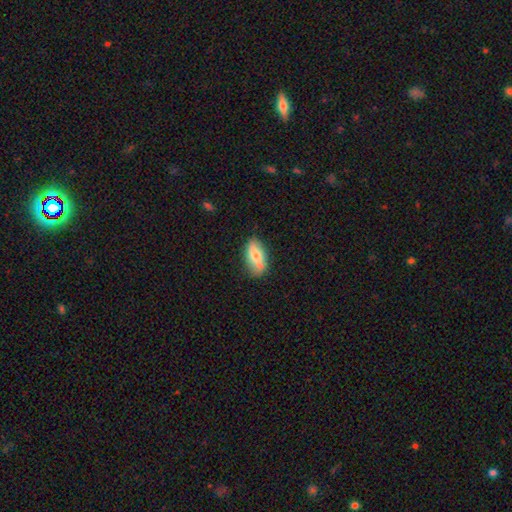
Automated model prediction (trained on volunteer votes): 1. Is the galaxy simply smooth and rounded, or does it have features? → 65% smooth, 28% featured or disk, 7% star or artifact.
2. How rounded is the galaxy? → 85% in between, 11% cigar-shaped, 4% round.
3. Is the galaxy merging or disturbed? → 76% none, 18% minor disturbance, 4% major disturbance, 3% merger.